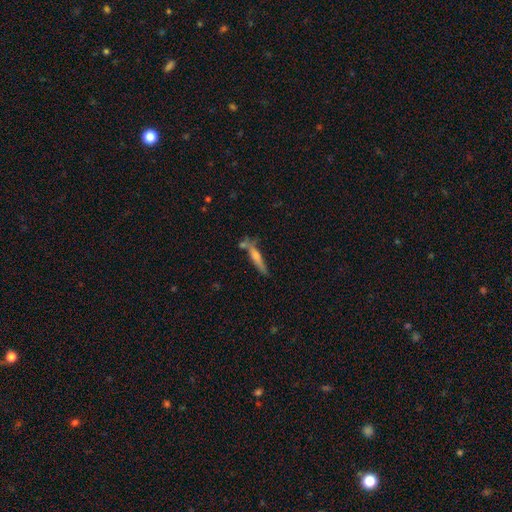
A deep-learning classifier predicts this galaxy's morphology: This appears to be a featured or disk galaxy (54%) viewed edge-on (91%). Merging: none (69%).